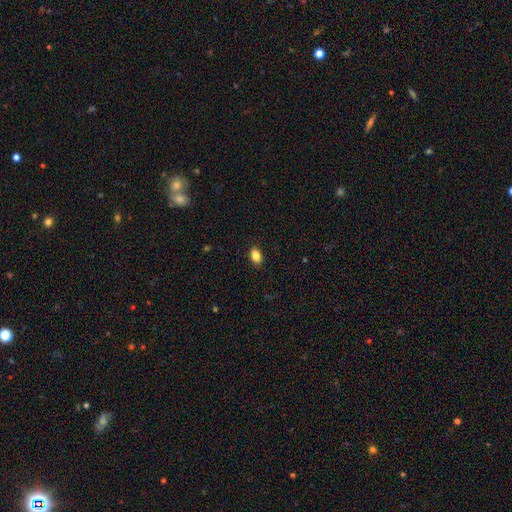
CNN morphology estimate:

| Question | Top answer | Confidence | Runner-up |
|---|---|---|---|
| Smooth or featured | smooth | 87% | star or artifact (9%) |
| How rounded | in between | 87% | round (11%) |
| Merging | none | 88% | minor disturbance (9%) |